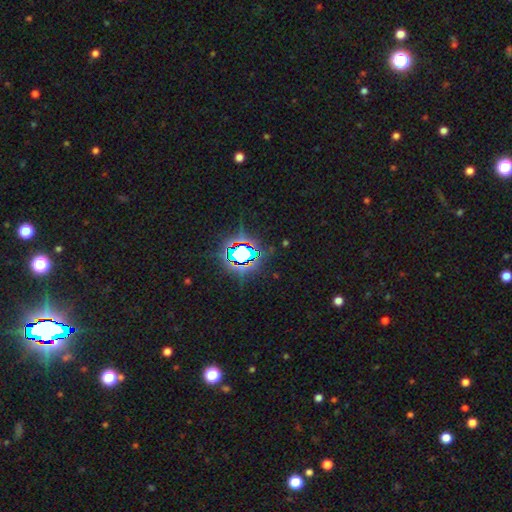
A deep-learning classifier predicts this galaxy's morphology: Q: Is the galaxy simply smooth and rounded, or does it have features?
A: star or artifact — 77%.